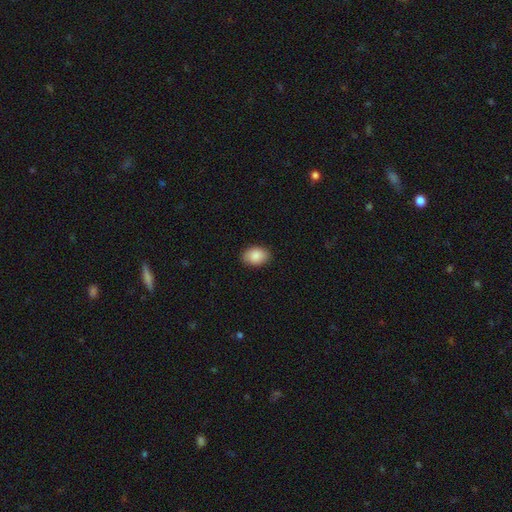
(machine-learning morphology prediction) Smooth or featured? Predicted: smooth (p=0.89). How rounded? Predicted: in between (p=0.83). Merging? Predicted: none (p=0.87).